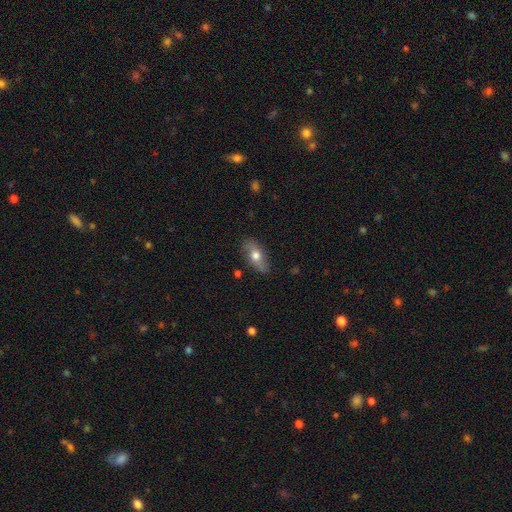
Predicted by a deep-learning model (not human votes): Q: Smooth or featured?
A: smooth (60%); runner-up: featured or disk (34%)
Q: How rounded?
A: in between (79%); runner-up: cigar-shaped (14%)
Q: Merging?
A: none (82%); runner-up: minor disturbance (14%)